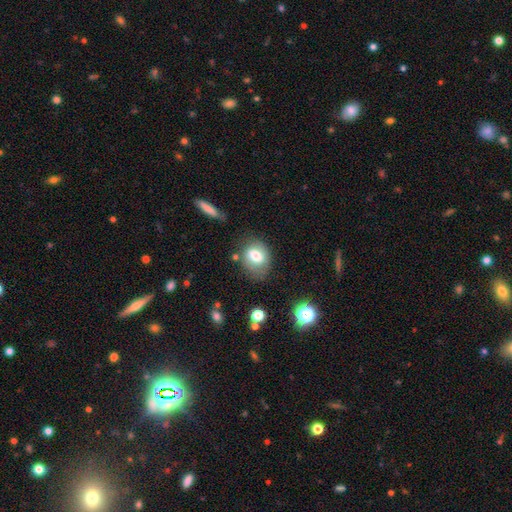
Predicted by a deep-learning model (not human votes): Smooth or featured? Predicted: smooth (p=0.71). How rounded? Predicted: in between (p=0.59). Merging? Predicted: none (p=0.64).